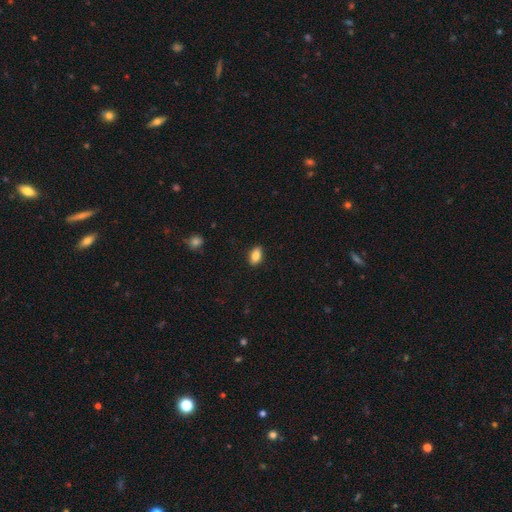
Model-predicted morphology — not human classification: This appears to be a smooth galaxy with no disk features (83%) that is in between round and cigar-shaped (88%). Merging: none (87%).